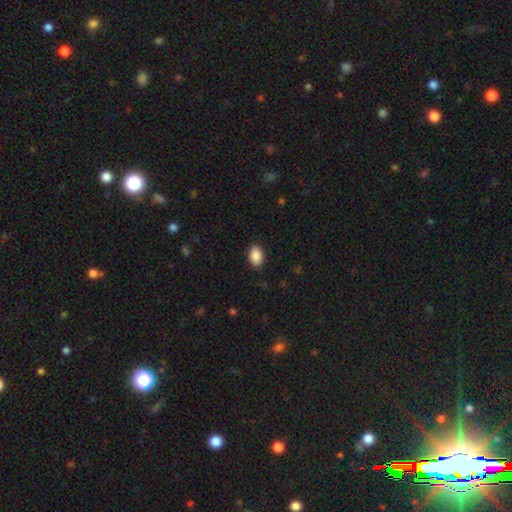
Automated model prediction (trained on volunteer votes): Smooth or featured? smooth (89%)
How rounded? in between (88%)
Merging? none (87%)